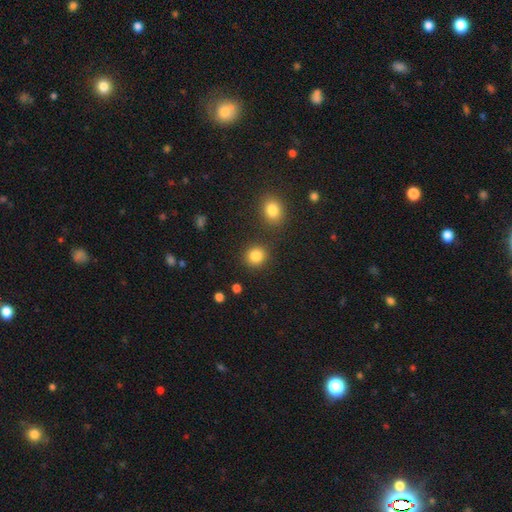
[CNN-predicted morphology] type=smooth (85%); roundness=round (84%); merging=none (84%).